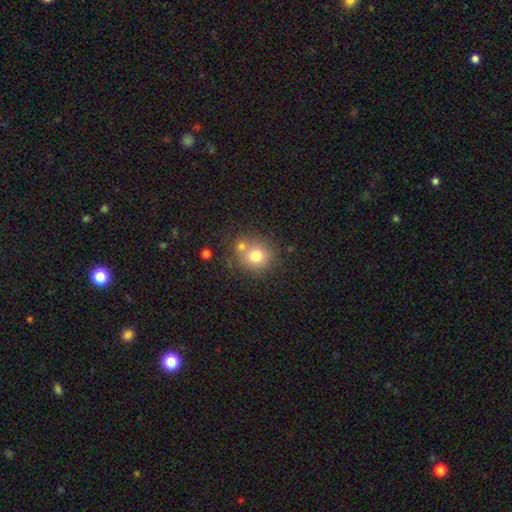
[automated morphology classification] This is likely a smooth galaxy (75%). How rounded: clearly round (87%). Merging: possibly none (60%).